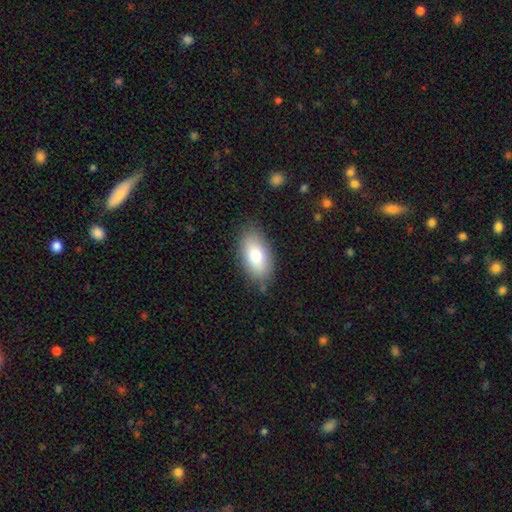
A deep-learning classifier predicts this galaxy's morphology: Q: Smooth or featured?
A: smooth (78%); runner-up: featured or disk (15%)
Q: How rounded?
A: in between (92%); runner-up: round (4%)
Q: Merging?
A: none (82%); runner-up: minor disturbance (13%)